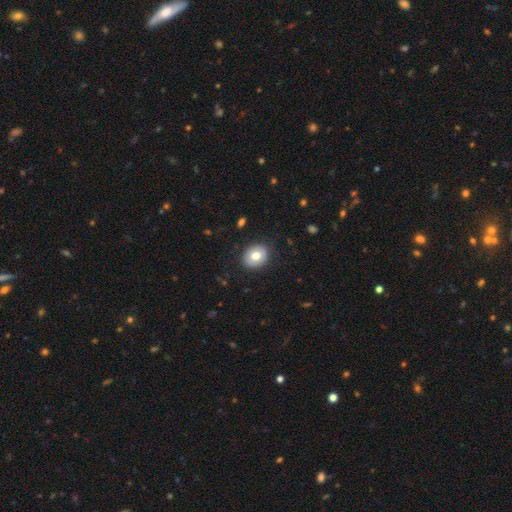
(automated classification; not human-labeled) Smooth or featured? smooth (71%)
How rounded? round (59%)
Merging? none (86%)